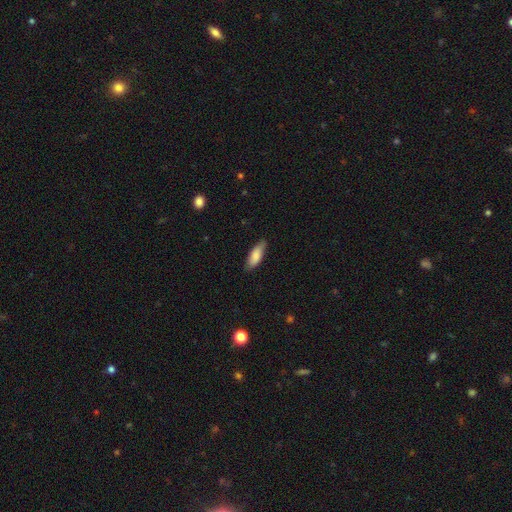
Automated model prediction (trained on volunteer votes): This is clearly a smooth galaxy (82%). How rounded: likely in between (64%). Merging: likely none (79%).